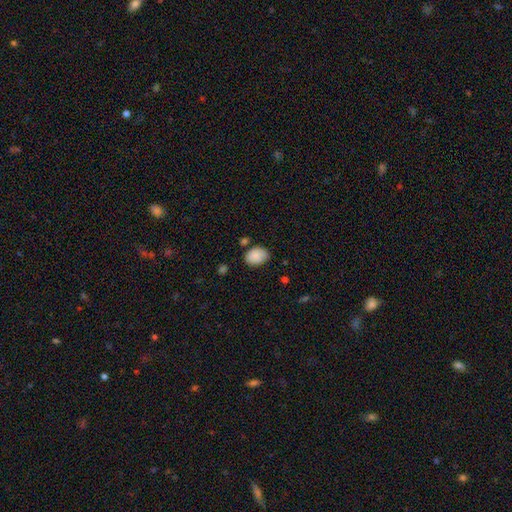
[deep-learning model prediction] Smooth or featured: smooth — 88% (star or artifact — 8%)
How rounded: in between — 66% (round — 33%)
Merging: none — 71% (minor disturbance — 20%)